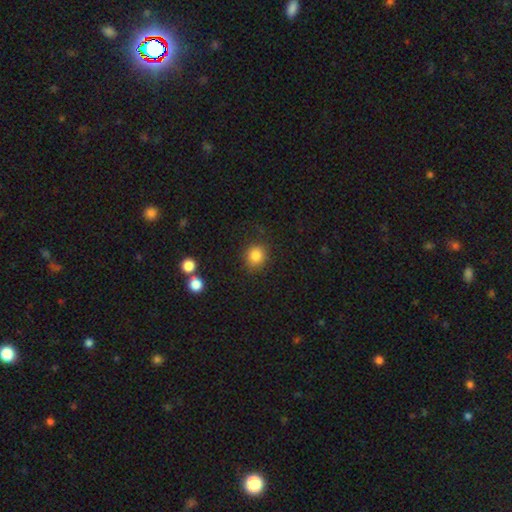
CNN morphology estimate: This appears to be a smooth galaxy with no disk features (85%) that is round (88%). Merging: none (86%).